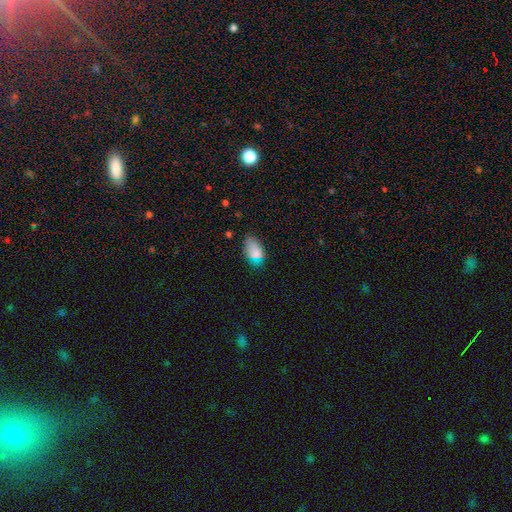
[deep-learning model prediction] Smooth or featured?
  - smooth: 78% *
  - star or artifact: 12%
  - featured or disk: 9%
How rounded?
  - in between: 91% *
  - round: 7%
  - cigar-shaped: 2%
Merging?
  - none: 57% *
  - minor disturbance: 30%
  - major disturbance: 9%
  - merger: 3%